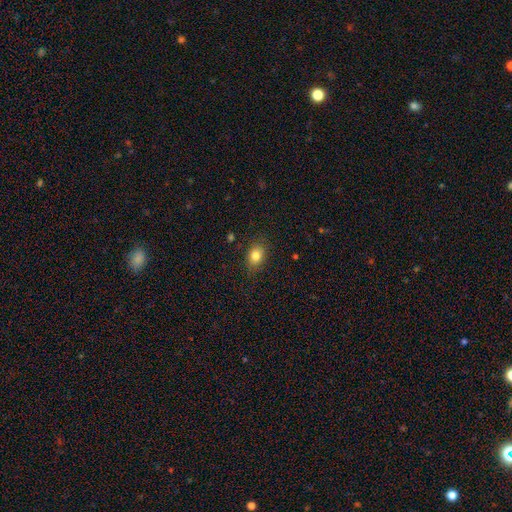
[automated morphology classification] Smooth or featured? smooth (82%)
How rounded? in between (66%)
Merging? none (85%)